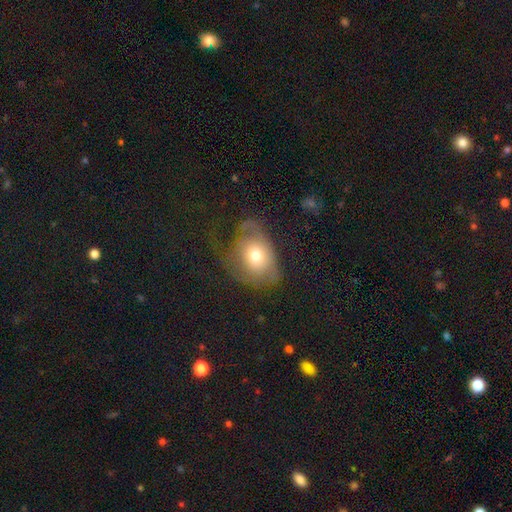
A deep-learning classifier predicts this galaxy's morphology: smooth-or-featured: smooth: 60% | featured or disk: 31% | star or artifact: 9%
  how-rounded: in between: 56% | round: 43% | cigar-shaped: 1%
  merging: major disturbance: 41% | none: 31% | minor disturbance: 26% | merger: 2%